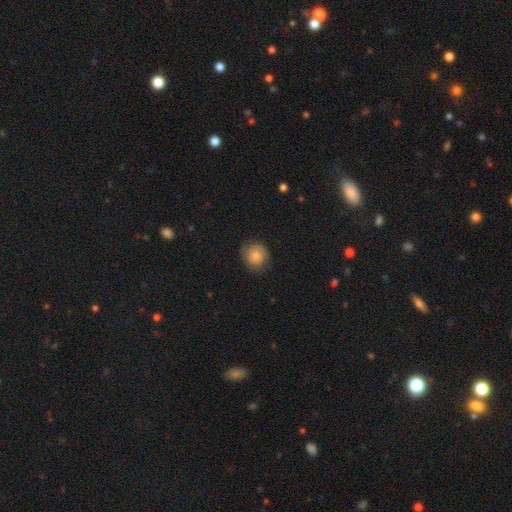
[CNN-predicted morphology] The model was most divided on "smooth or featured": smooth: 72%, featured or disk: 20%, star or artifact: 8%. More confident: how rounded — round (84%); merging — none (74%).